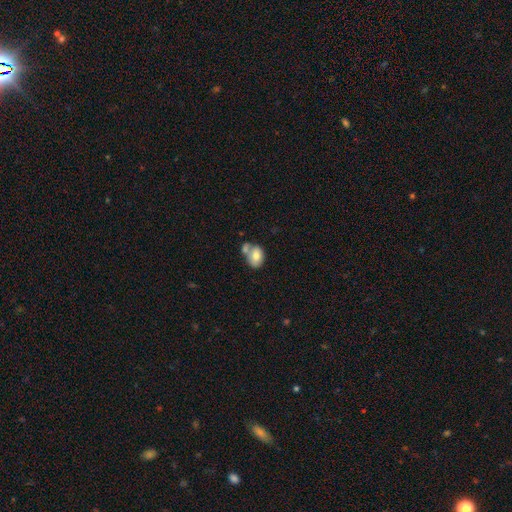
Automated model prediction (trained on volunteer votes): Smooth or featured? smooth (72%)
How rounded? in between (75%)
Merging? merger (44%)